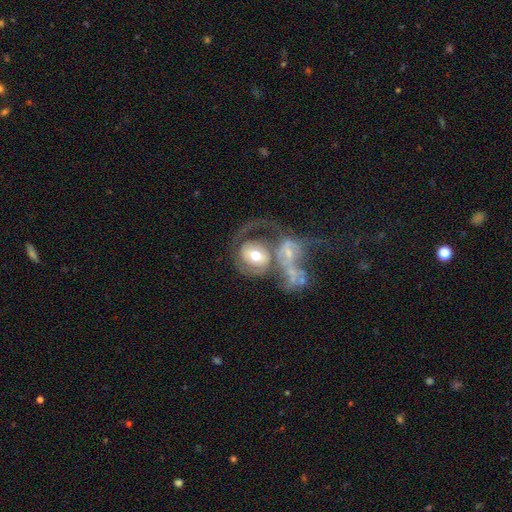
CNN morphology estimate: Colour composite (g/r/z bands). It shows a featured or disk galaxy (62%) with no bar (66%), spiral arms (59%) and a moderate central bulge (66%). Merging: merger (51%).